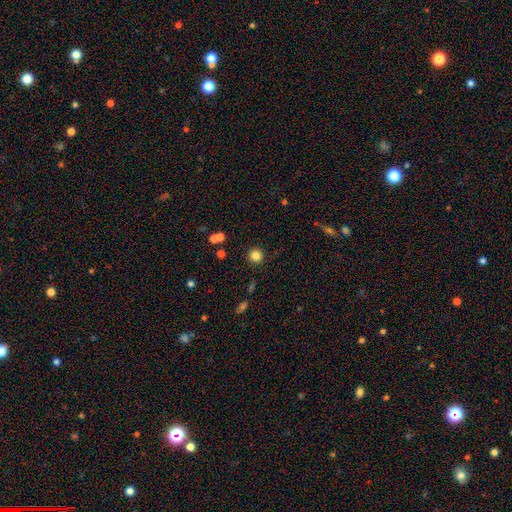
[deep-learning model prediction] Smooth or featured?
  - smooth: 83% *
  - star or artifact: 12%
  - featured or disk: 5%
How rounded?
  - round: 94% *
  - in between: 5%
  - cigar-shaped: 1%
Merging?
  - none: 90% *
  - minor disturbance: 5%
  - merger: 2%
  - major disturbance: 2%